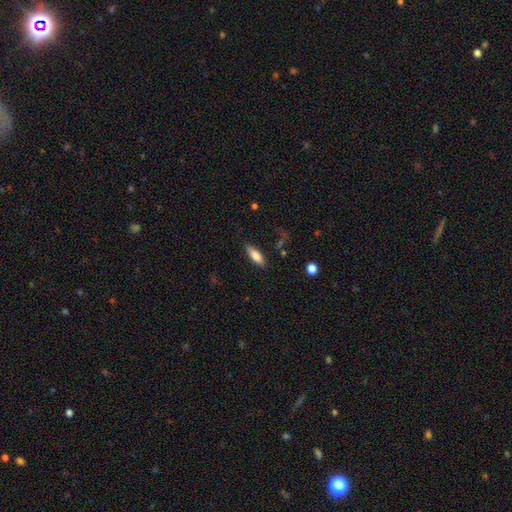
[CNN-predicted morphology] A smooth galaxy with no disk features (76%) that is in between round and cigar-shaped (63%). Merging: none (80%).